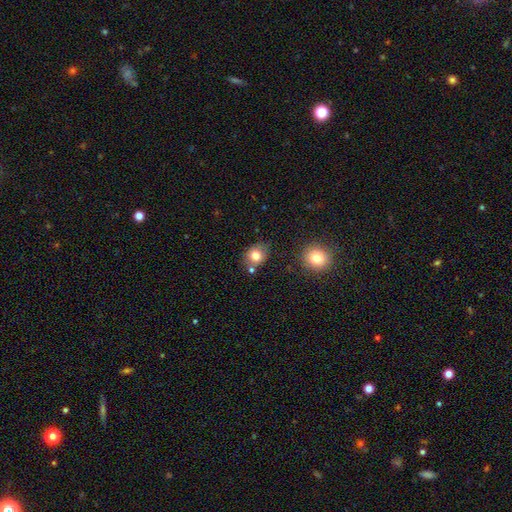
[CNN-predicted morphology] Overall: smooth (80%). How rounded: round (61%; in between 38%). Merging: none (70%).